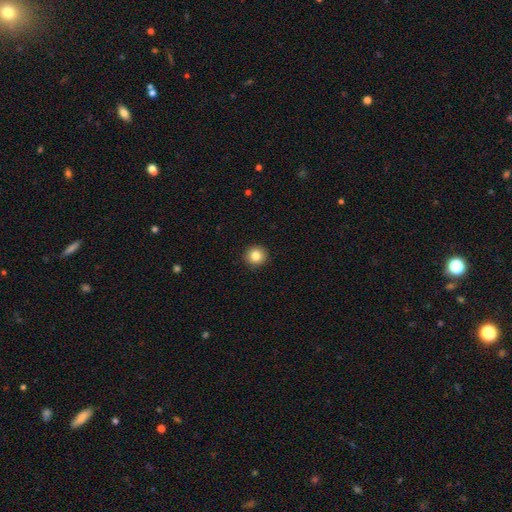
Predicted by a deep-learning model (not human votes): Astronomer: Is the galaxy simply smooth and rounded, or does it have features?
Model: smooth — 83%.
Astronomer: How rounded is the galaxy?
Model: round — 93%.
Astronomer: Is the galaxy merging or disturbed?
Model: none — 93%.